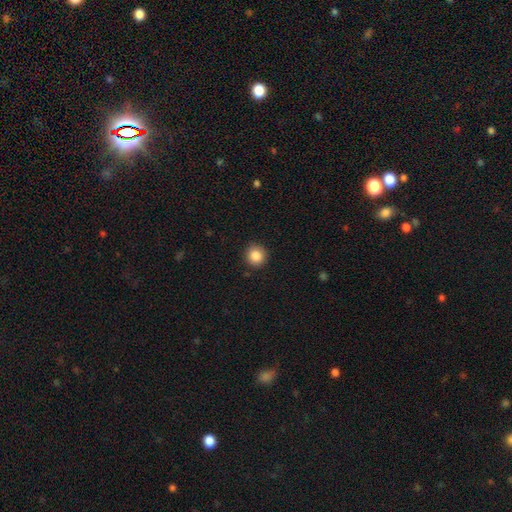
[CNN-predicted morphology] Smooth or featured? smooth (86%)
How rounded? round (92%)
Merging? none (91%)